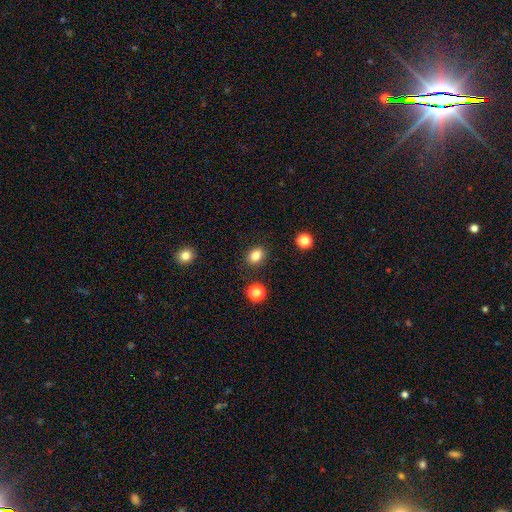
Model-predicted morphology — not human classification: type=smooth (83%); roundness=in between (57%); merging=none (87%).